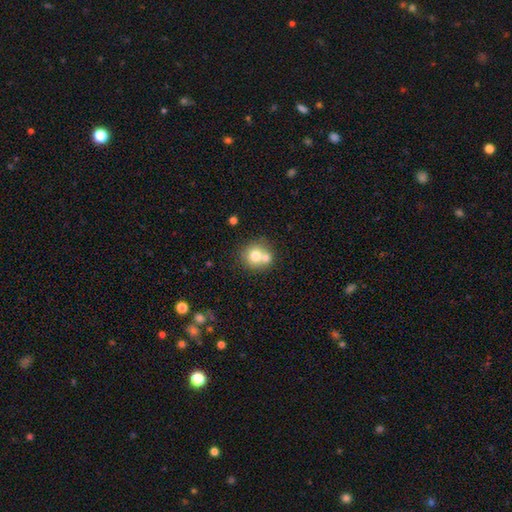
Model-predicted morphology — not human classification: Smooth or featured? smooth (72%)
How rounded? round (87%)
Merging? merger (46%)